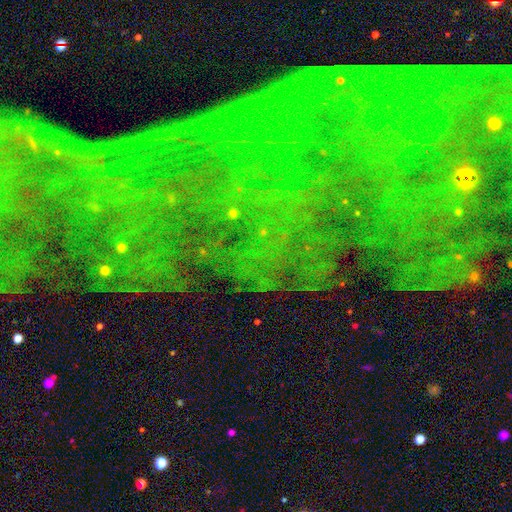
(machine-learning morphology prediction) Smooth or featured?
  - star or artifact: 80% *
  - featured or disk: 12%
  - smooth: 8%